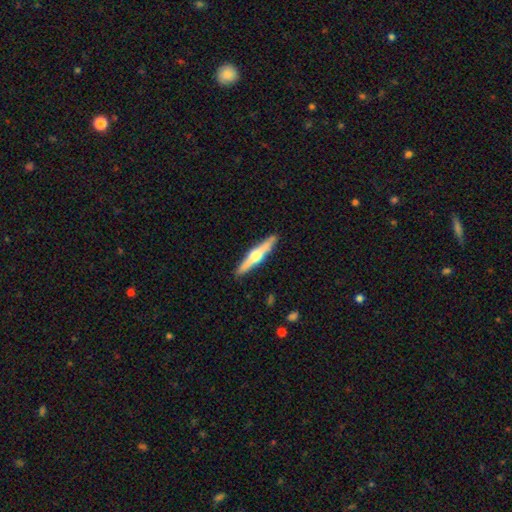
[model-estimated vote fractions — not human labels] A featured or disk galaxy (71%) viewed edge-on (98%) with a rounded central bulge (94%). Merging: none (91%).